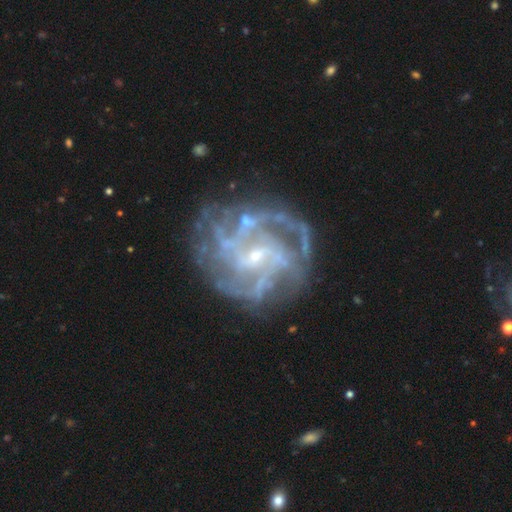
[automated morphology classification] Q: Smooth or featured?
A: featured or disk (87%); runner-up: star or artifact (7%)
Q: Edge-on disk?
A: no (98%); runner-up: yes (2%)
Q: Bar?
A: weak (49%); runner-up: no (35%)
Q: Spiral arms?
A: yes (92%); runner-up: no (8%)
Q: Spiral winding?
A: tight (48%); runner-up: medium (41%)
Q: Spiral arm count?
A: can't tell (30%); runner-up: 4 (20%)
Q: Bulge size?
A: small (71%); runner-up: moderate (21%)
Q: Merging?
A: none (69%); runner-up: minor disturbance (17%)